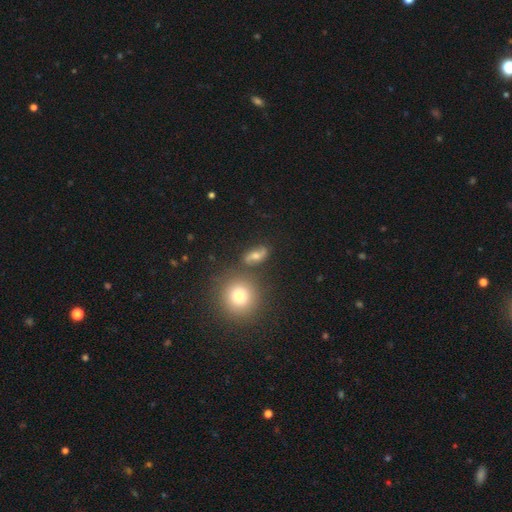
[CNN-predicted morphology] Q: Smooth or featured?
A: featured or disk (47%); runner-up: smooth (39%)
Q: Merging?
A: none (71%); runner-up: minor disturbance (15%)